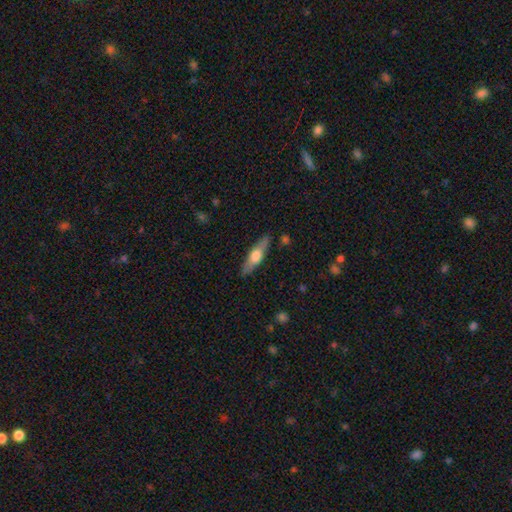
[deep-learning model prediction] The model was most divided on "smooth or featured": smooth: 48%, featured or disk: 47%, star or artifact: 6%. More confident: merging — none (84%).